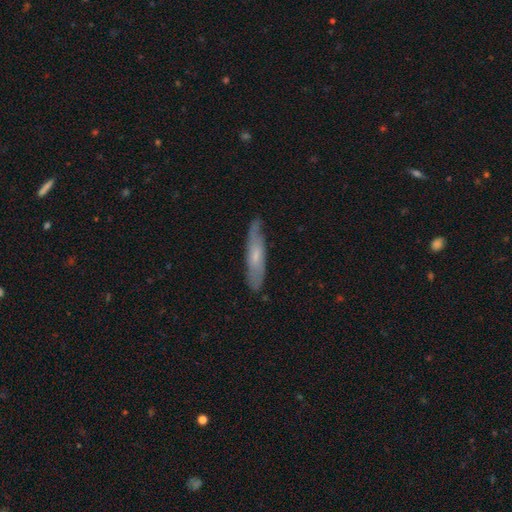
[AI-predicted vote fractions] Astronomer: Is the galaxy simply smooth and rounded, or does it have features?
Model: featured or disk — 49% (runner-up: smooth, 45%).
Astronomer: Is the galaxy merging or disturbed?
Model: none — 79%.